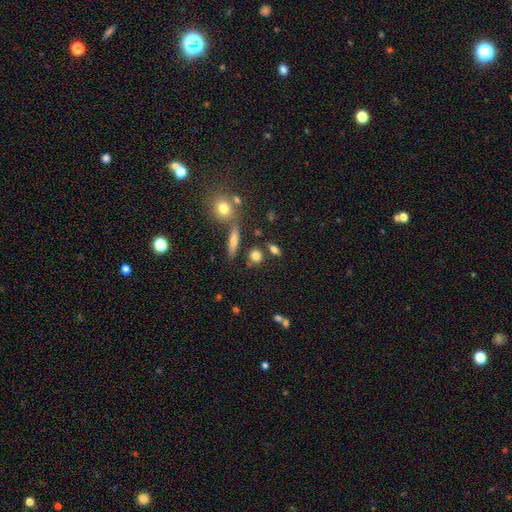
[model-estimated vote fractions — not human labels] A smooth galaxy with no disk features (77%) that is round (59%). Merging: none (75%).